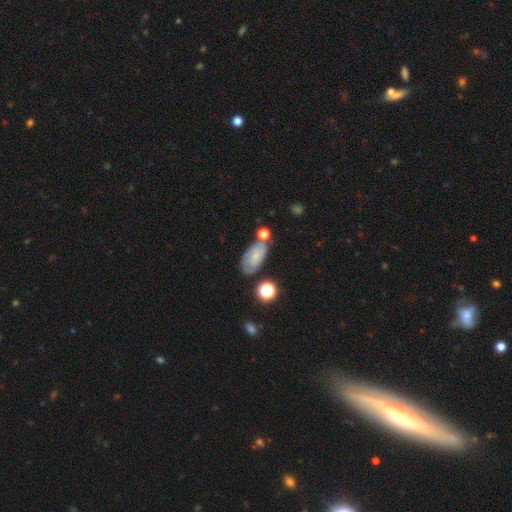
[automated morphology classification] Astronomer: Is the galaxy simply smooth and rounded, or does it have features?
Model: smooth — 49% (runner-up: featured or disk, 41%).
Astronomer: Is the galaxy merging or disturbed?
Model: none — 57%.